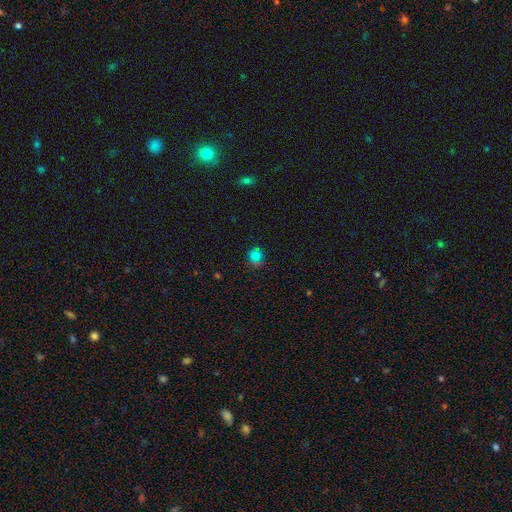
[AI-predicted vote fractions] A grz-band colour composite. It shows a smooth galaxy with no disk features (68%) that is round (83%). Merging: none (71%).